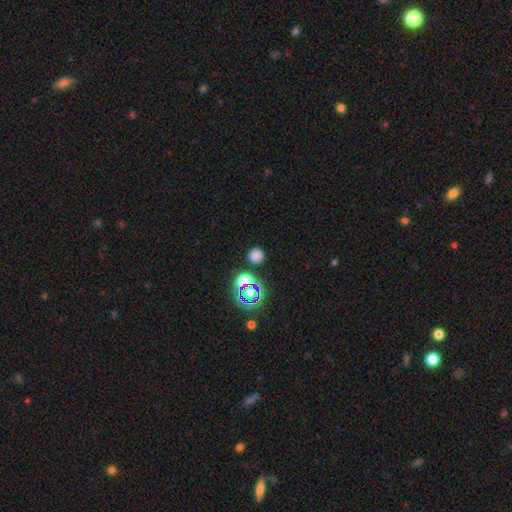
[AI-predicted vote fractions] smooth_or_featured: smooth (p=0.71) [alt: star or artifact p=0.23]
how_rounded: round (p=0.93) [alt: in between p=0.06]
merging: none (p=0.85) [alt: minor disturbance p=0.07]